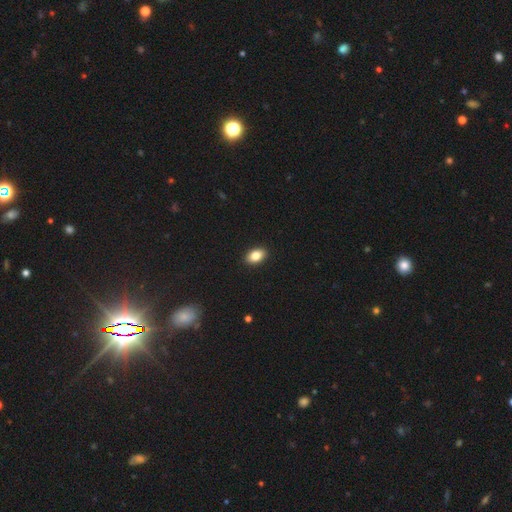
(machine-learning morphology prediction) A smooth galaxy with no disk features (84%) that is in between round and cigar-shaped (89%). Merging: none (91%).